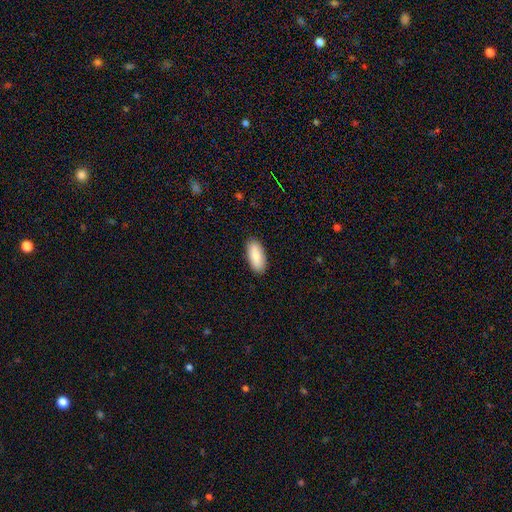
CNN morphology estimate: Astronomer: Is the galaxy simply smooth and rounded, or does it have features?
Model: smooth — 85%.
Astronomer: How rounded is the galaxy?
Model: in between — 89%.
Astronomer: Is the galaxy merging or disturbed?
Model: none — 89%.